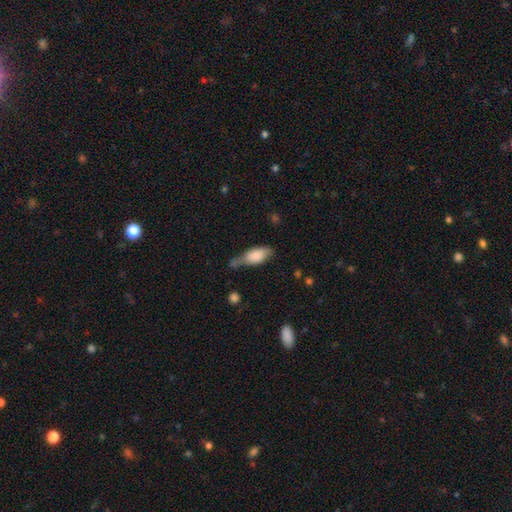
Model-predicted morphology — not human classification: Overall: smooth (77%). How rounded: in between (82%). Merging: minor disturbance (35%; none 34%).